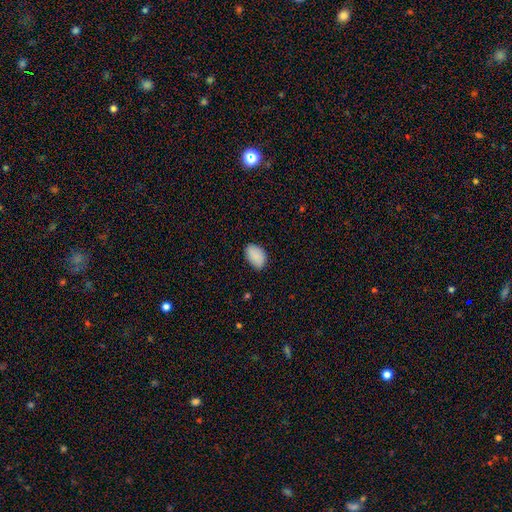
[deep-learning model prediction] Morphology: type=smooth (89%); roundness=in between (91%); merging=none (79%).